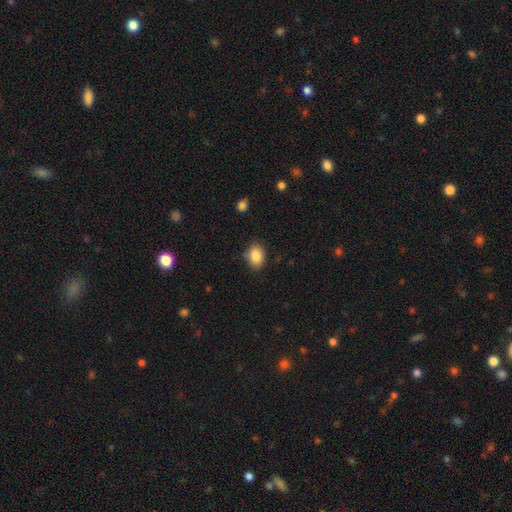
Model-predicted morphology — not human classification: A smooth galaxy with no disk features (86%) that is in between round and cigar-shaped (70%).

Vote fractions:
- Smooth or featured? smooth: 86% / star or artifact: 8% / featured or disk: 5%
- How rounded? in between: 70% / round: 29% / cigar-shaped: 1%
- Merging? none: 83% / minor disturbance: 13% / major disturbance: 3% / merger: 1%